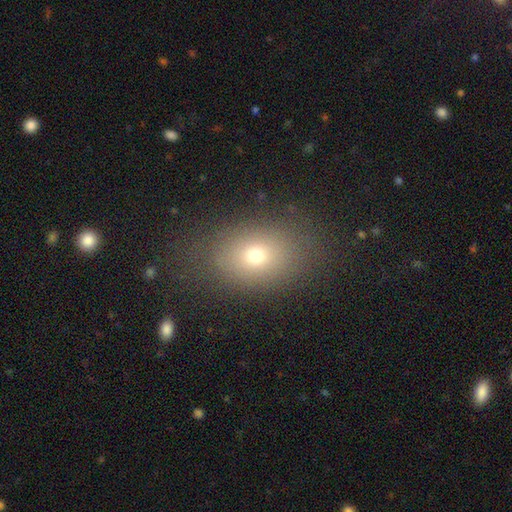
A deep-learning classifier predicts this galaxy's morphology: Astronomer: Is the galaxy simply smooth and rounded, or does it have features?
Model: smooth — 70%.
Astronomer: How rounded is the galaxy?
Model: in between — 71%.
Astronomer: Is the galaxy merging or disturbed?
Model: none — 78%.